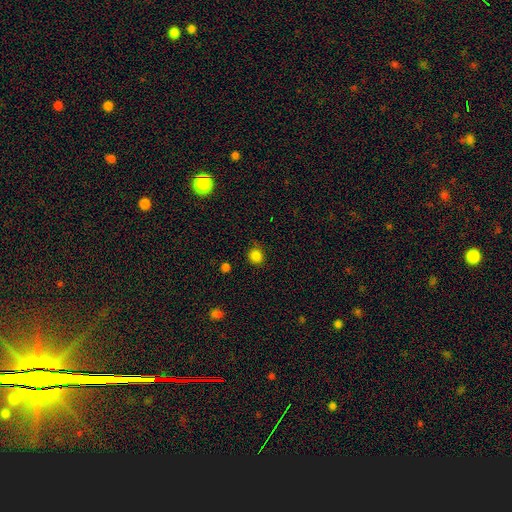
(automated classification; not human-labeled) Morphology: type=smooth (84%); roundness=round (87%); merging=none (84%).